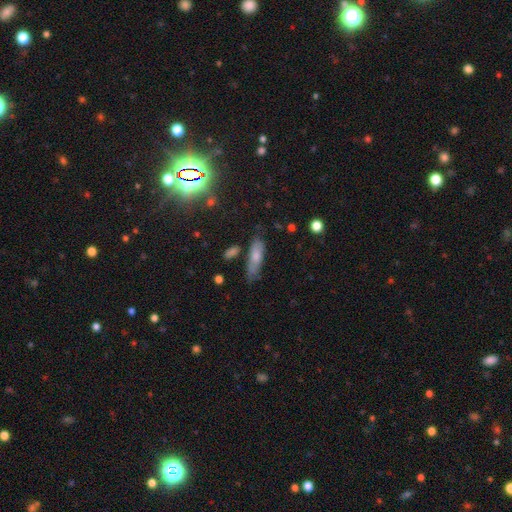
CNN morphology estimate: Smooth or featured?
  - smooth: 68% *
  - featured or disk: 23%
  - star or artifact: 9%
How rounded?
  - in between: 53% *
  - cigar-shaped: 45%
  - round: 3%
Merging?
  - none: 62% *
  - minor disturbance: 25%
  - major disturbance: 7%
  - merger: 5%